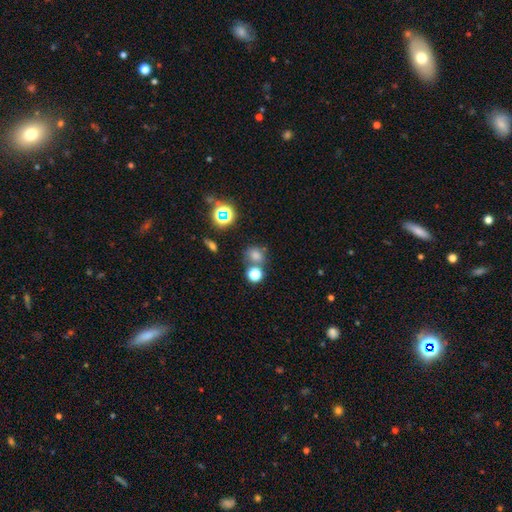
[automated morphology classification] smooth 69%, star or artifact 23%, featured or disk 9%. Down the decision tree: how rounded — round (75%); merging — none (59%).